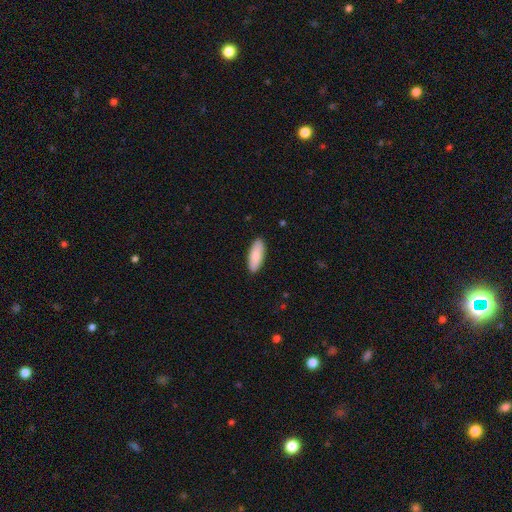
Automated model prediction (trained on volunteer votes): Smooth or featured? smooth (86%)
How rounded? in between (74%)
Merging? none (90%)